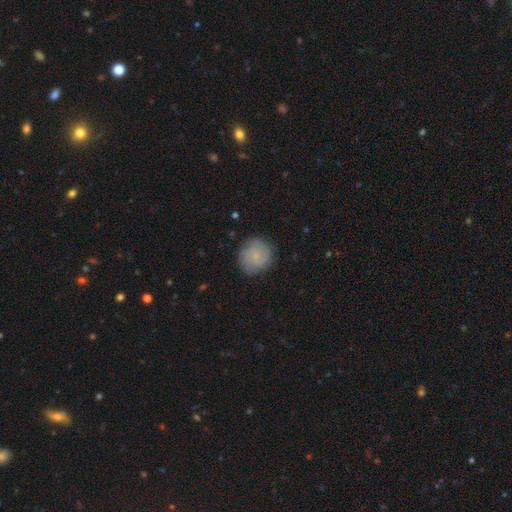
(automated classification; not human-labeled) Morphology: type=featured or disk (50%); edge-on=no (98%); merging=none (82%).